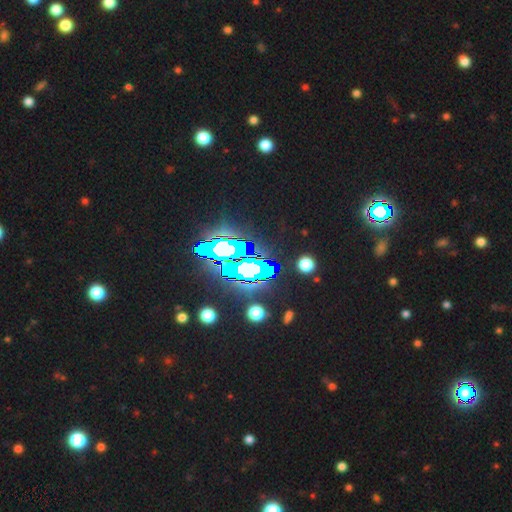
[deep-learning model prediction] The model was most divided on "smooth or featured": star or artifact: 72%, featured or disk: 16%, smooth: 12%.